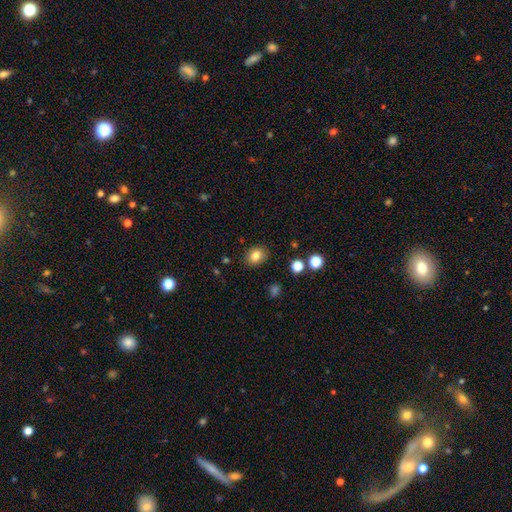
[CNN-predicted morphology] type=smooth (83%); roundness=in between (51%); merging=none (86%).